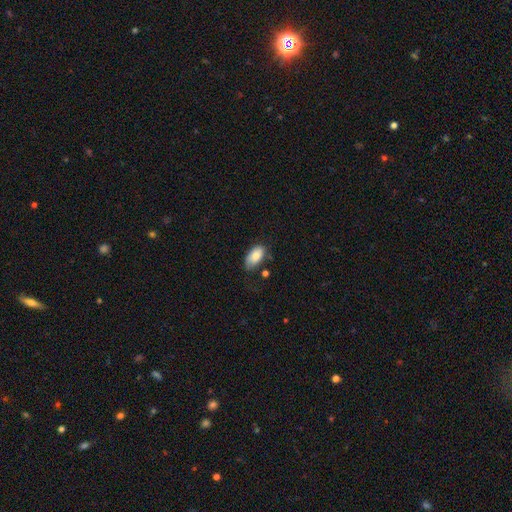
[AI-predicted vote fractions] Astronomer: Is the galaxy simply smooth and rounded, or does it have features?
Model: smooth — 83%.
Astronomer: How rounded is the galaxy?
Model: in between — 94%.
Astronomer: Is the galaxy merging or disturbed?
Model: none — 61%.